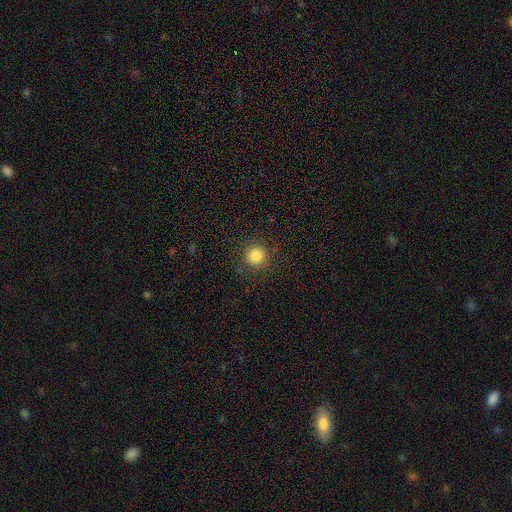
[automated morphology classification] Overall: smooth (84%). How rounded: round (95%). Merging: none (90%).